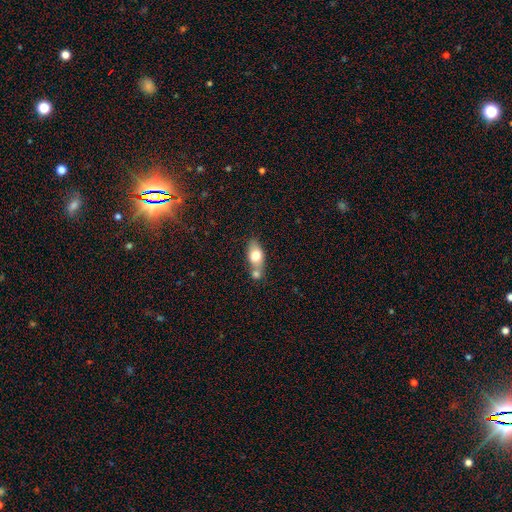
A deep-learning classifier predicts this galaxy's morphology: smooth 70%, featured or disk 23%, star or artifact 7%. Down the decision tree: how rounded — in between (81%); merging — none (43%).